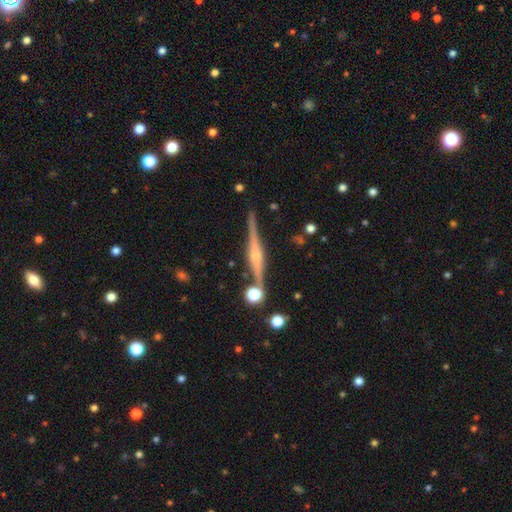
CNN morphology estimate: Smooth or featured? Predicted: featured or disk (p=0.84). Edge-on disk? Predicted: yes (p=0.98). Edge-on bulge? Predicted: rounded (p=0.82). Merging? Predicted: none (p=0.85).